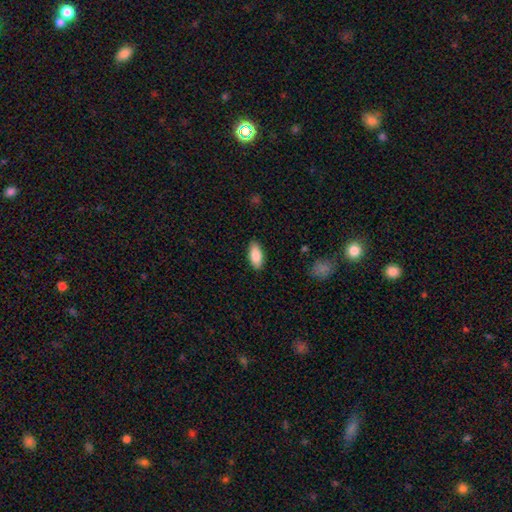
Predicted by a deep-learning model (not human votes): Smooth or featured? Predicted: smooth (p=0.87). How rounded? Predicted: in between (p=0.88). Merging? Predicted: none (p=0.88).